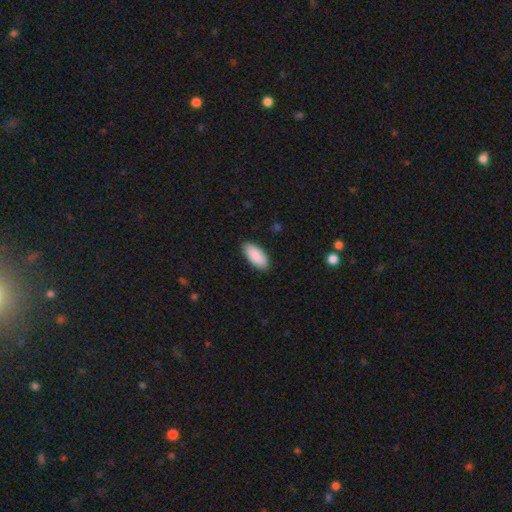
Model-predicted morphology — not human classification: Smooth or featured? smooth (91%)
How rounded? in between (91%)
Merging? none (88%)